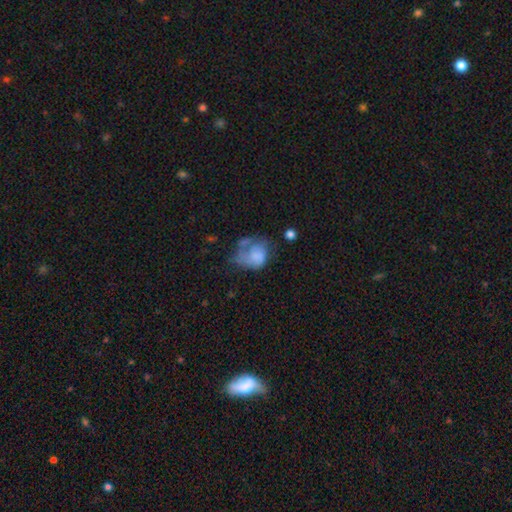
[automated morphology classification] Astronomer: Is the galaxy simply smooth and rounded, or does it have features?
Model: smooth — 56% (runner-up: featured or disk, 35%).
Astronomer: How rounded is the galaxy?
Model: in between — 51% (runner-up: round, 48%).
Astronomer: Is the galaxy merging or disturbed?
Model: major disturbance — 44% (runner-up: minor disturbance, 23%).